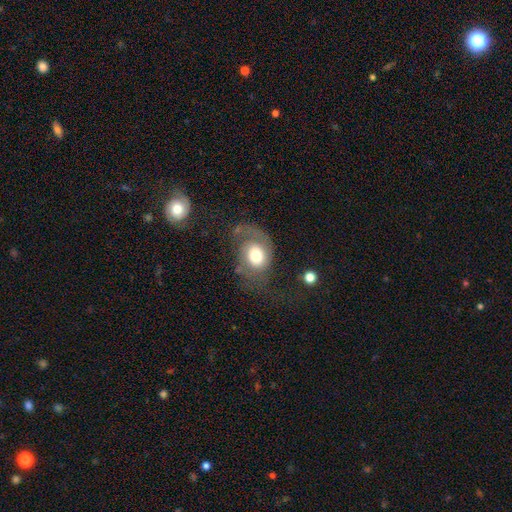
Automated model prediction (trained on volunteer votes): Smooth or featured? Predicted: featured or disk (p=0.49). Merging? Predicted: major disturbance (p=0.39).